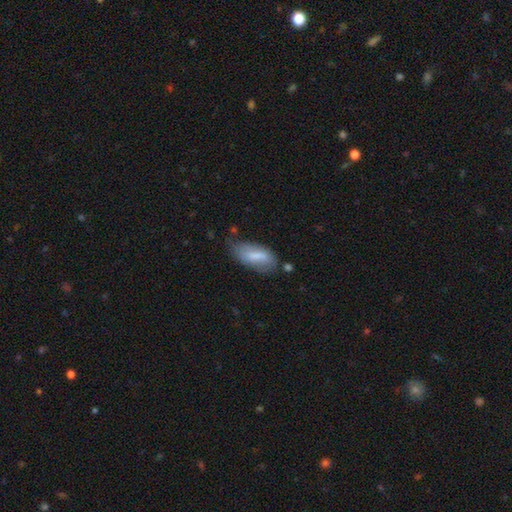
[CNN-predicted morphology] This is likely a smooth galaxy (70%). How rounded: clearly in between (84%). Merging: possibly none (55%).